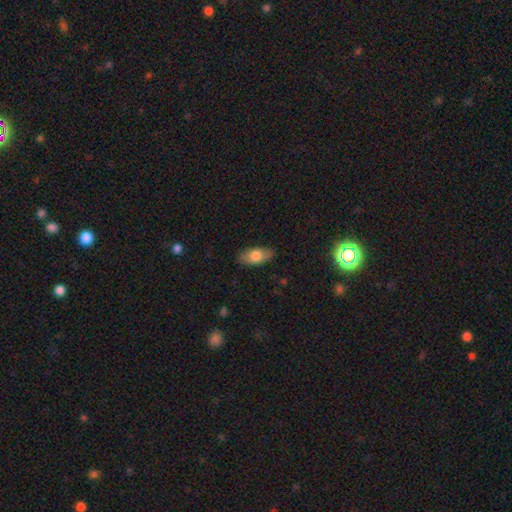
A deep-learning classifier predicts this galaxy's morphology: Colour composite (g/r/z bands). It shows a smooth galaxy with no disk features (74%) that is in between round and cigar-shaped (90%). Merging: none (85%).